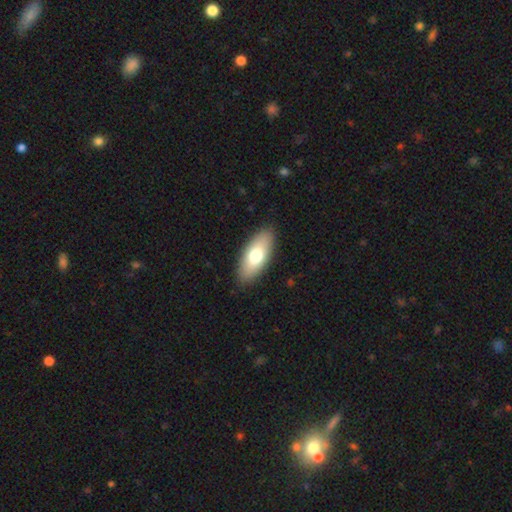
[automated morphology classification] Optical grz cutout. It shows a smooth galaxy with no disk features (73%) that is in between round and cigar-shaped (85%). Merging: none (89%).